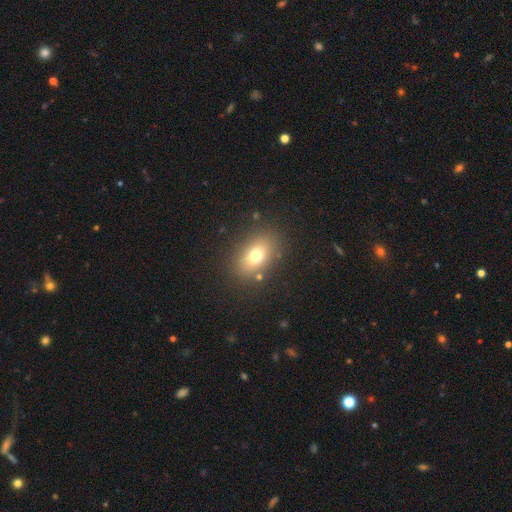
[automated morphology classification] Smooth or featured? smooth (72%)
How rounded? in between (79%)
Merging? none (83%)